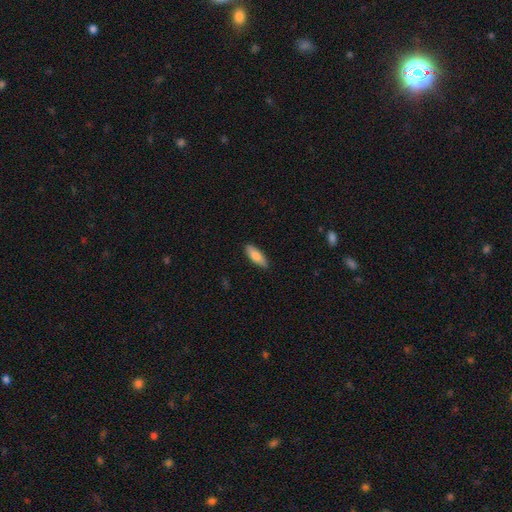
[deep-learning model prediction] The model was most divided on "how rounded": in between: 62%, cigar-shaped: 36%, round: 2%. More confident: merging — none (87%); smooth or featured — smooth (81%).